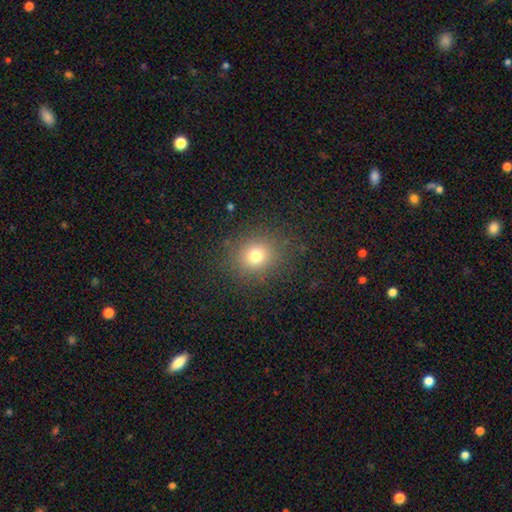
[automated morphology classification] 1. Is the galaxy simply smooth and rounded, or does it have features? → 74% smooth, 17% star or artifact, 9% featured or disk.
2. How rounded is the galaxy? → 82% round, 17% in between, 1% cigar-shaped.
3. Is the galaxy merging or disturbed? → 86% none, 9% minor disturbance, 4% major disturbance, 1% merger.